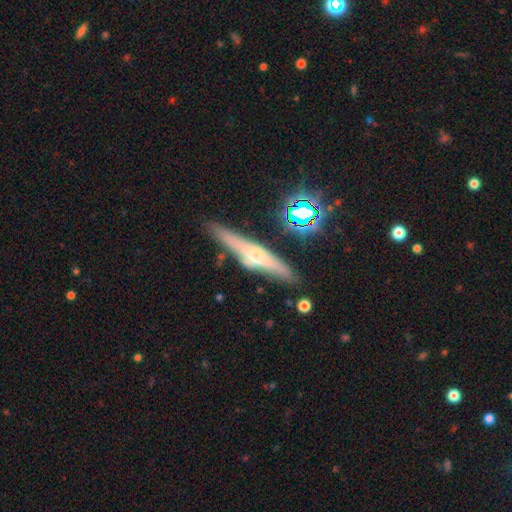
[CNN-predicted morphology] smooth_or_featured: featured or disk (p=0.60) [alt: smooth p=0.29]
disk_edge_on: yes (p=0.92) [alt: no p=0.08]
edge_on_bulge: rounded (p=0.81) [alt: none p=0.11]
merging: none (p=0.82) [alt: minor disturbance p=0.12]